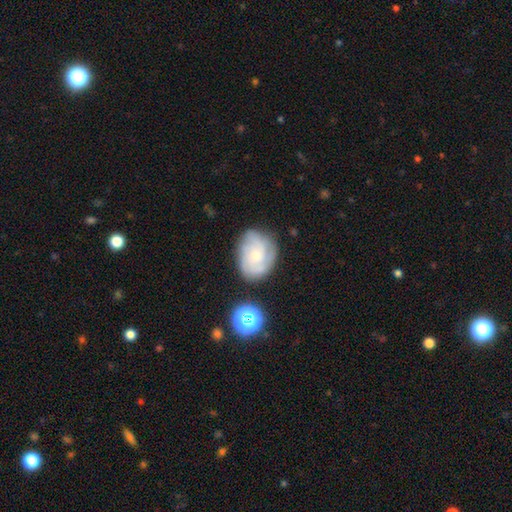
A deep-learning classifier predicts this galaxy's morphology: Overall: featured or disk (64%; smooth 27%). Edge-on disk: no (97%). Bar: no (77%). Spiral arms: yes (89%). Spiral arm count: can't tell (36%; 3 28%). Spiral winding: tight (52%; medium 36%). Bulge size: small (61%; moderate 33%). Merging: none (71%).